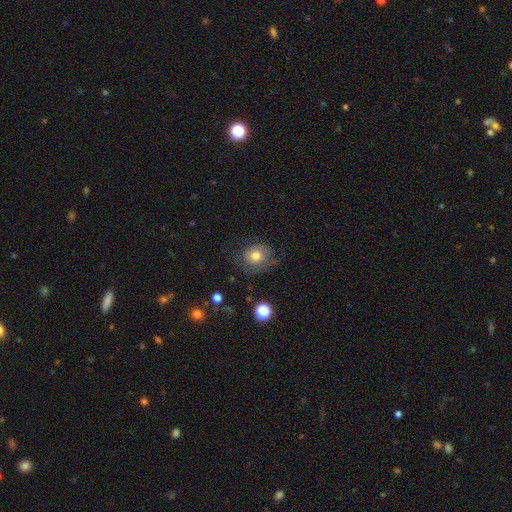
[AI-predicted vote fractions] Morphology: type=smooth (65%); roundness=round (75%); merging=none (61%).